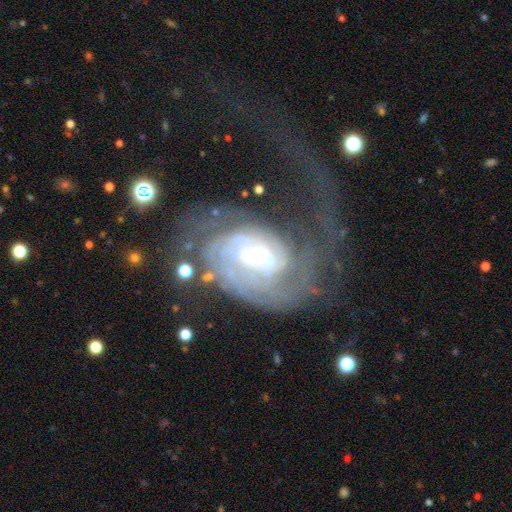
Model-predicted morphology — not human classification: A featured or disk galaxy (87%) with no bar (47%), tight (61%) spiral arms (95%) and a small central bulge (66%). Merging: major disturbance (45%).